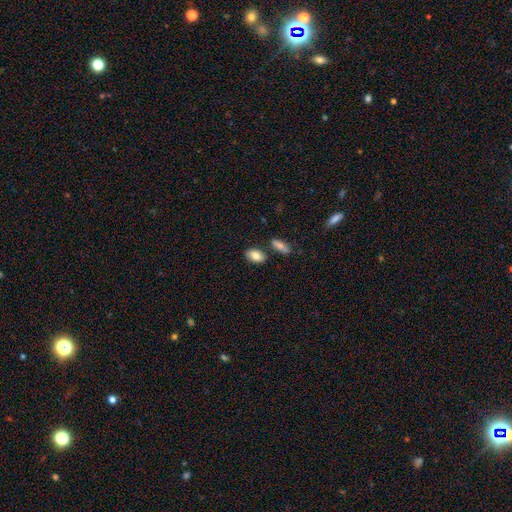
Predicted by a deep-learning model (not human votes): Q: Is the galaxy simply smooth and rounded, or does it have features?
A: smooth — 81%.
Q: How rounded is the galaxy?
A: in between — 89%.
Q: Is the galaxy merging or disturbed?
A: none — 76%.